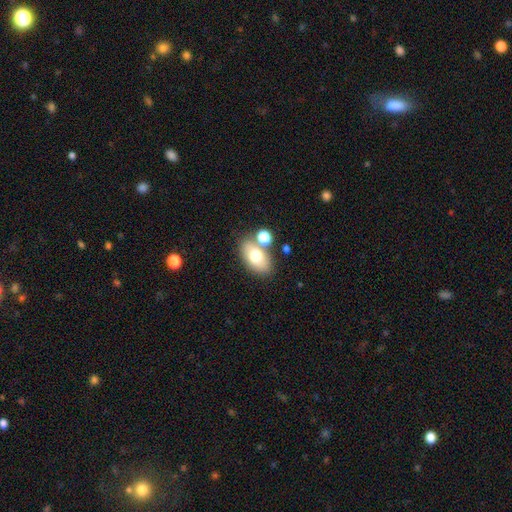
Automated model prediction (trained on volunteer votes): The model was most divided on "merging": none: 66%, merger: 17%, minor disturbance: 13%, major disturbance: 4%. More confident: how rounded — in between (88%); smooth or featured — smooth (71%).